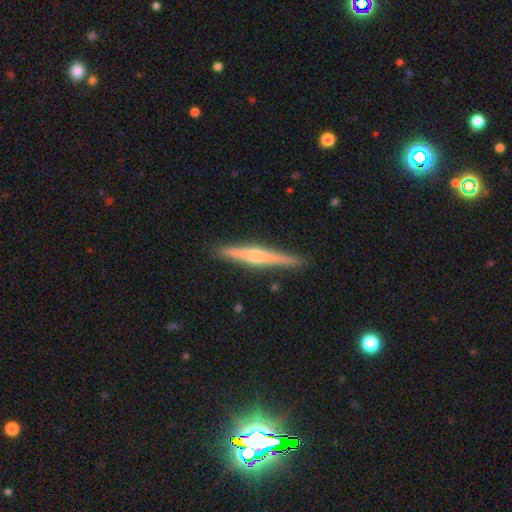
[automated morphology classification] Smooth or featured: featured or disk — 65% (smooth — 30%)
Edge-on disk: yes — 98% (no — 2%)
Edge-on bulge: rounded — 79% (none — 13%)
Merging: none — 90% (minor disturbance — 8%)